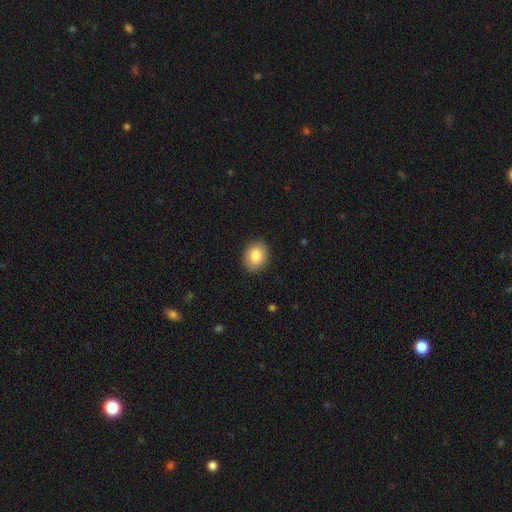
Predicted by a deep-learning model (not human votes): This appears to be a smooth galaxy with no disk features (85%) that is in between round and cigar-shaped (54%). Merging: none (89%).